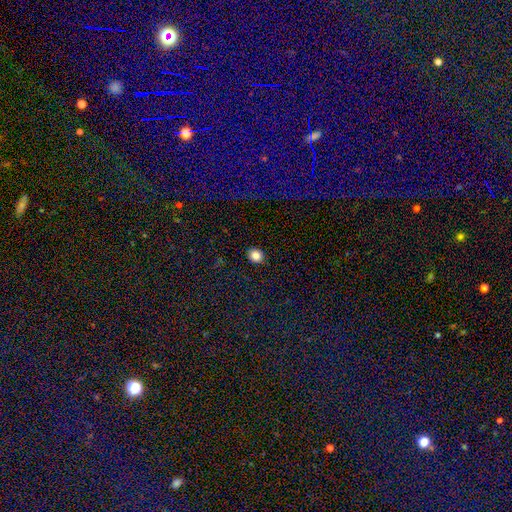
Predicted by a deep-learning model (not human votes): The model was most divided on "how rounded": round: 69%, in between: 30%, cigar-shaped: 1%. More confident: merging — none (92%); smooth or featured — smooth (85%).